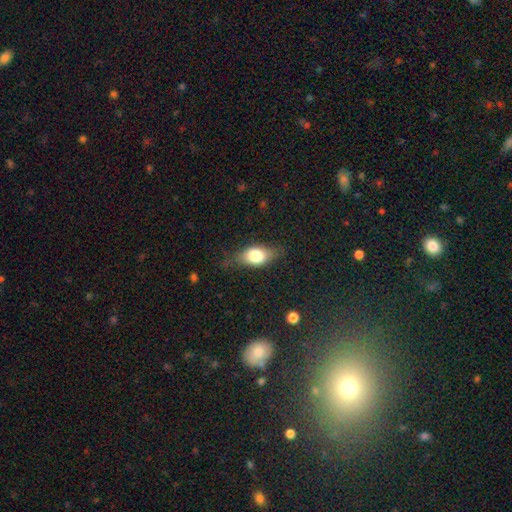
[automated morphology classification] Q: Smooth or featured?
A: smooth (69%); runner-up: featured or disk (23%)
Q: How rounded?
A: in between (77%); runner-up: round (16%)
Q: Merging?
A: none (68%); runner-up: minor disturbance (23%)